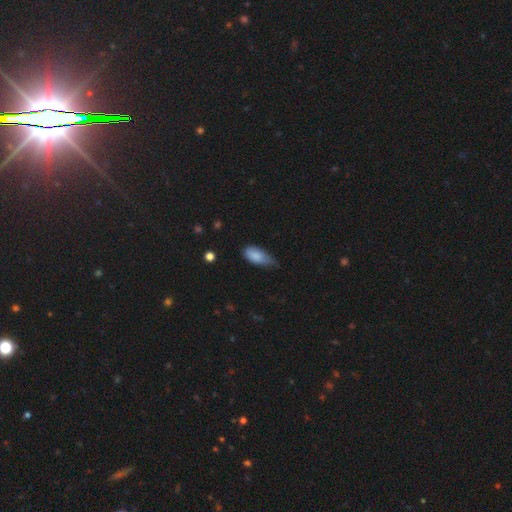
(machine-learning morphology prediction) Smooth or featured? smooth (85%)
How rounded? in between (87%)
Merging? minor disturbance (51%)